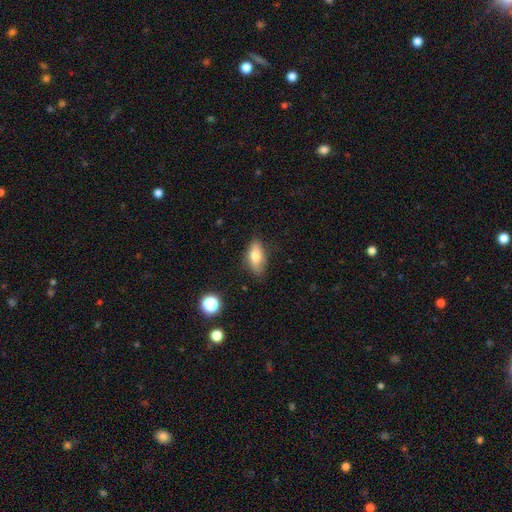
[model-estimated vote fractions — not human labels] smooth-or-featured: smooth: 72% | featured or disk: 20% | star or artifact: 8%
  how-rounded: in between: 82% | cigar-shaped: 13% | round: 5%
  merging: none: 78% | minor disturbance: 17% | major disturbance: 3% | merger: 2%